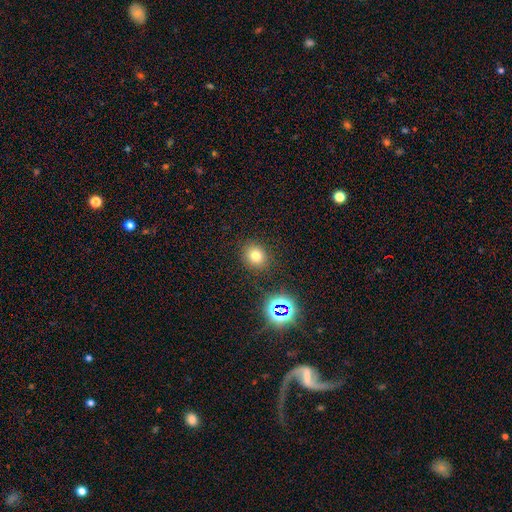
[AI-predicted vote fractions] smooth_or_featured: smooth (p=0.73) [alt: star or artifact p=0.19]
how_rounded: round (p=0.74) [alt: in between p=0.26]
merging: none (p=0.86) [alt: minor disturbance p=0.08]